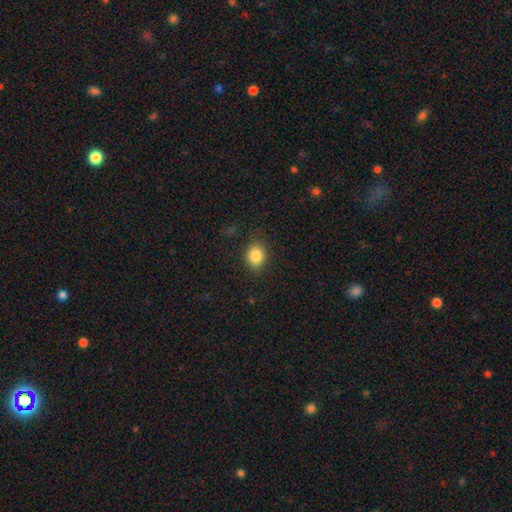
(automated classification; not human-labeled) smooth-or-featured: smooth: 85% | star or artifact: 10% | featured or disk: 5%
  how-rounded: round: 62% | in between: 37% | cigar-shaped: 1%
  merging: none: 83% | minor disturbance: 12% | major disturbance: 4% | merger: 1%